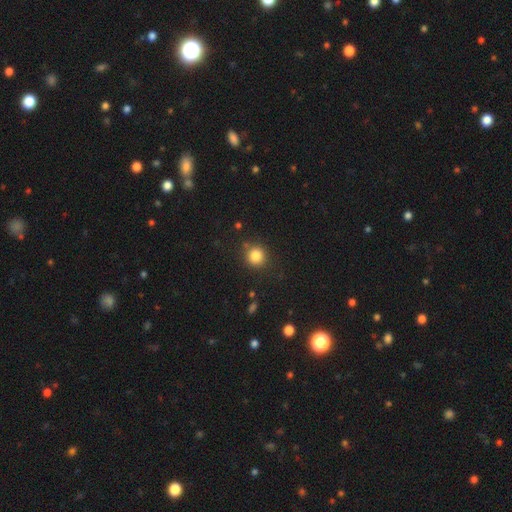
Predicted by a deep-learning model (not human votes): A smooth galaxy with no disk features (83%) that is round (91%).

Vote fractions:
- Smooth or featured? smooth: 83% / star or artifact: 12% / featured or disk: 5%
- How rounded? round: 91% / in between: 9% / cigar-shaped: 1%
- Merging? none: 84% / minor disturbance: 9% / major disturbance: 3% / merger: 3%